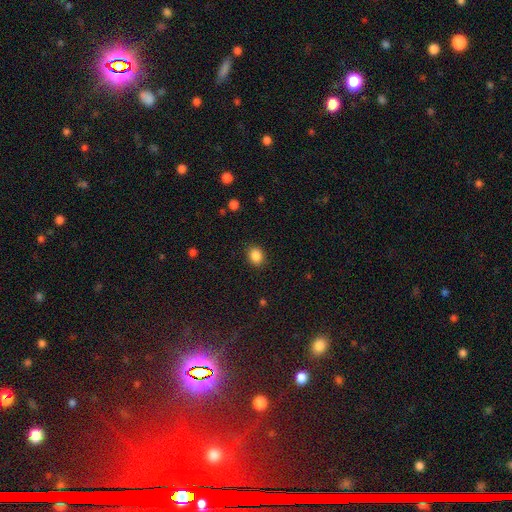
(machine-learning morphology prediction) Smooth or featured? smooth (87%)
How rounded? in between (50%)
Merging? none (88%)